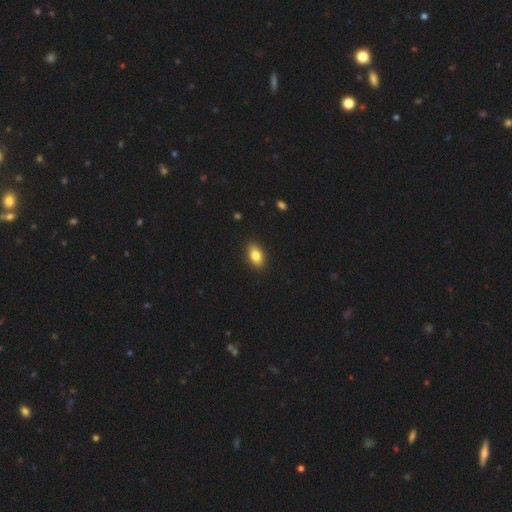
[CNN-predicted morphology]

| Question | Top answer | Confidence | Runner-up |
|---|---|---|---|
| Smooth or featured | smooth | 83% | featured or disk (9%) |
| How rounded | in between | 88% | round (8%) |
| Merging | none | 89% | minor disturbance (8%) |